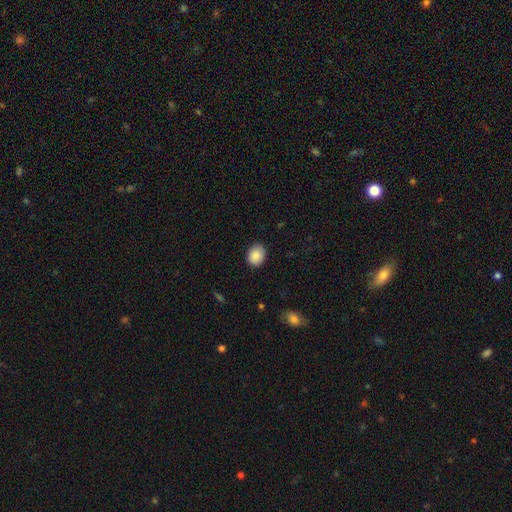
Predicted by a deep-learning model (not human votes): Overall: smooth (87%). How rounded: in between (50%; round 49%). Merging: none (86%).